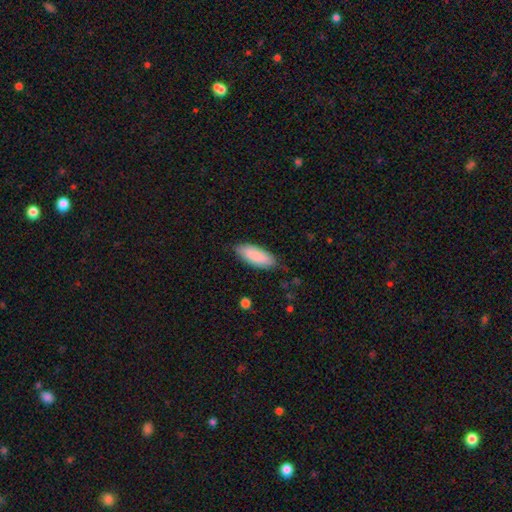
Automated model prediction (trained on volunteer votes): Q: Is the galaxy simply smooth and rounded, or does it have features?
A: smooth — 88%.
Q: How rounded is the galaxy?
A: in between — 78%.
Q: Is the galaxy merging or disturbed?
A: none — 83%.